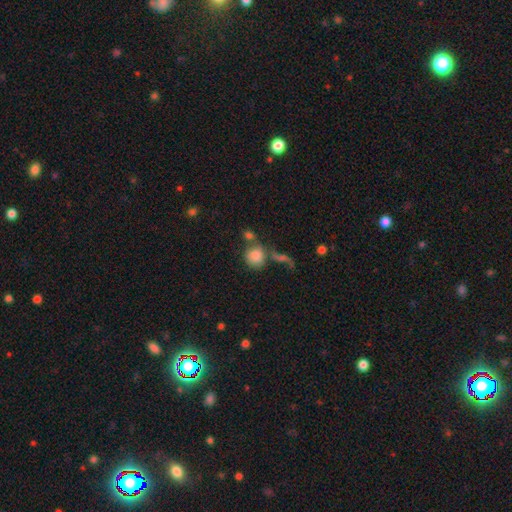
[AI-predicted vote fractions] This appears to be a smooth galaxy with no disk features (81%) that is round (81%). Merging: none (46%).